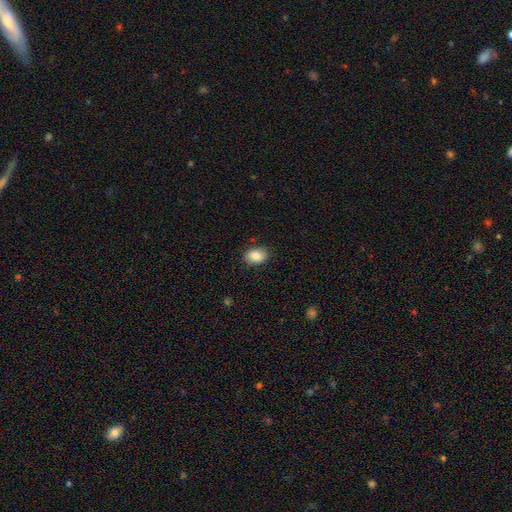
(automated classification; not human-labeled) smooth-or-featured: smooth: 87% | star or artifact: 8% | featured or disk: 5%
  how-rounded: in between: 78% | round: 21% | cigar-shaped: 1%
  merging: none: 87% | minor disturbance: 10% | major disturbance: 2% | merger: 1%